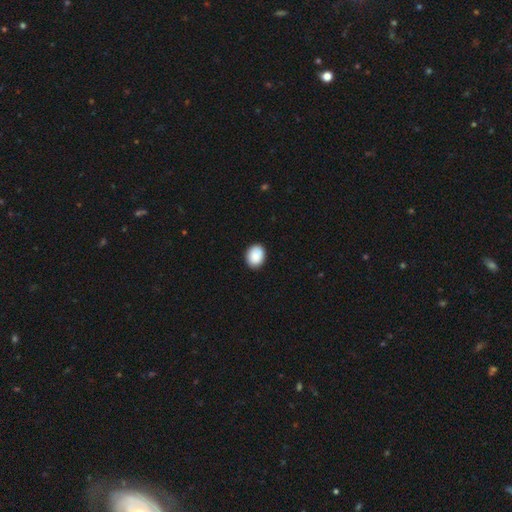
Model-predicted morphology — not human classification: smooth_or_featured: smooth (p=0.89) [alt: star or artifact p=0.07]
how_rounded: in between (p=0.55) [alt: round p=0.45]
merging: none (p=0.89) [alt: minor disturbance p=0.08]